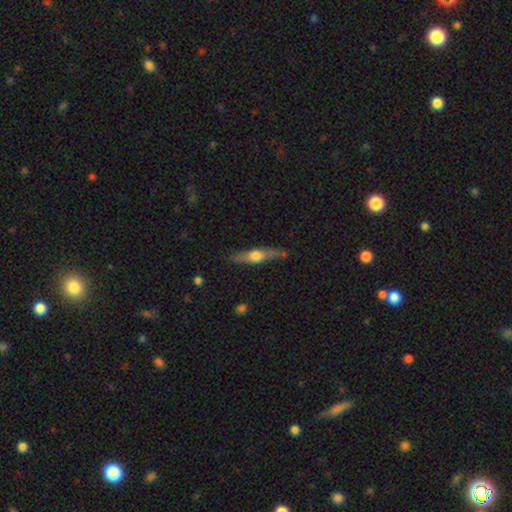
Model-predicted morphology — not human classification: A featured or disk galaxy (57%) viewed edge-on (92%) with a rounded central bulge (92%).

Vote fractions:
- Smooth or featured? featured or disk: 57% / smooth: 38% / star or artifact: 6%
- Edge-on disk? yes: 92% / no: 8%
- Edge-on bulge? rounded: 92% / boxy: 4% / none: 4%
- Merging? none: 79% / minor disturbance: 15% / major disturbance: 3% / merger: 3%